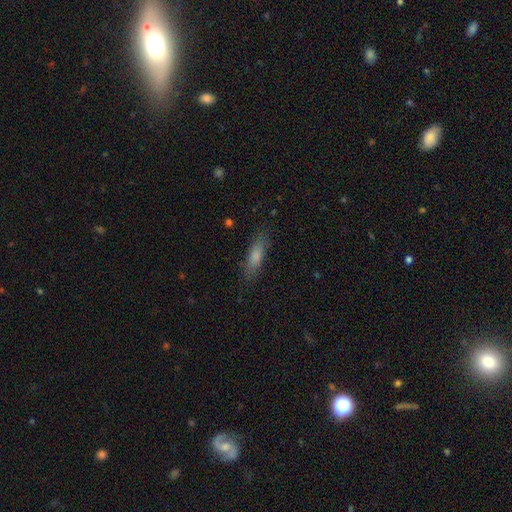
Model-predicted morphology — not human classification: Smooth or featured? Predicted: smooth (p=0.78). How rounded? Predicted: cigar-shaped (p=0.60). Merging? Predicted: none (p=0.82).